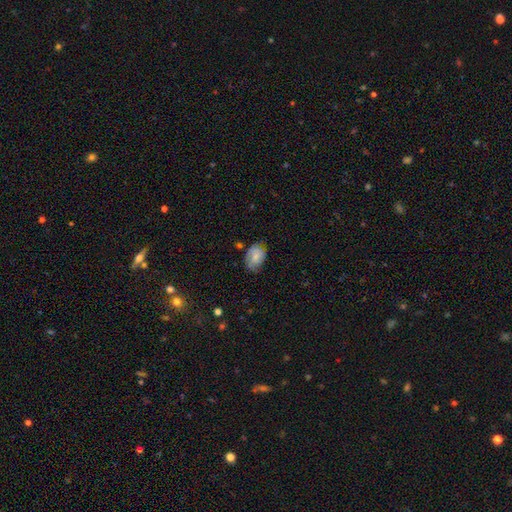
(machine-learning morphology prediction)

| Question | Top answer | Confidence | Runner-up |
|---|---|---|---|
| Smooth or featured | smooth | 65% | featured or disk (27%) |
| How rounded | in between | 79% | round (20%) |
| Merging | none | 58% | minor disturbance (31%) |